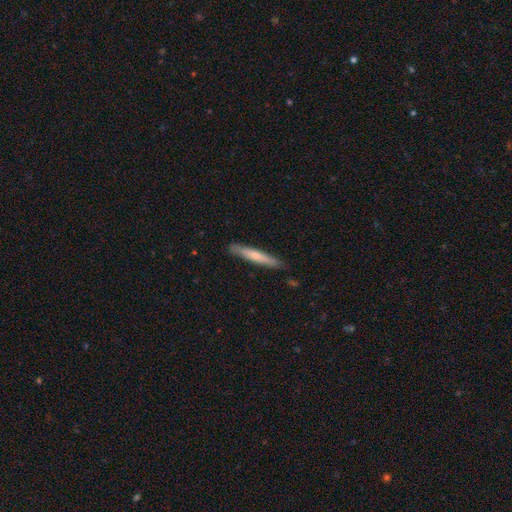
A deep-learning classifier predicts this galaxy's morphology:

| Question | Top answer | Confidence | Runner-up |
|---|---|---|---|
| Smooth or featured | smooth | 61% | featured or disk (34%) |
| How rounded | cigar-shaped | 94% | in between (5%) |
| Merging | none | 86% | minor disturbance (11%) |